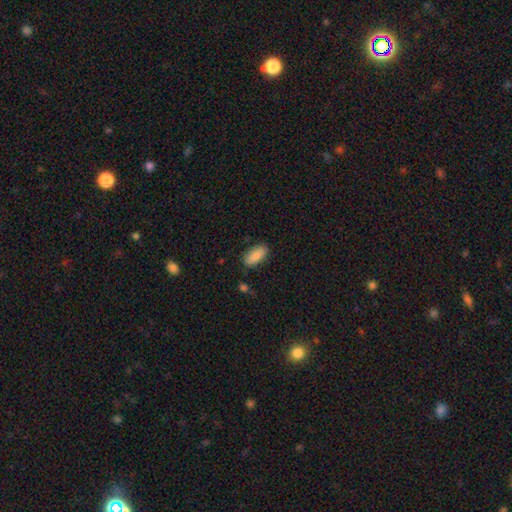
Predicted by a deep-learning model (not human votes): This appears to be a smooth galaxy with no disk features (87%) that is in between round and cigar-shaped (86%). Merging: none (84%).